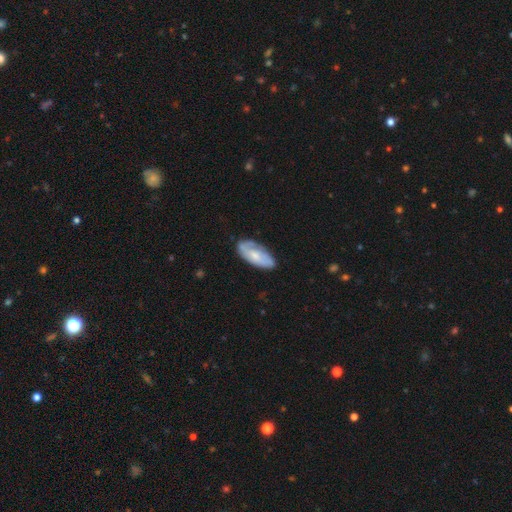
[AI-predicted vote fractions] This appears to be a smooth galaxy with no disk features (50%). Merging: none (69%).